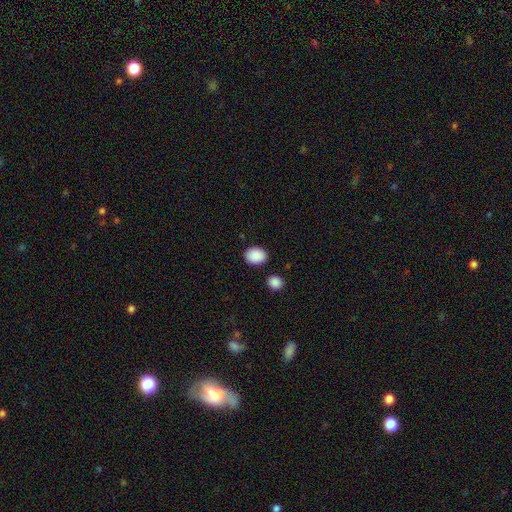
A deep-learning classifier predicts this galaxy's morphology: type=smooth (90%); roundness=in between (67%); merging=none (85%).